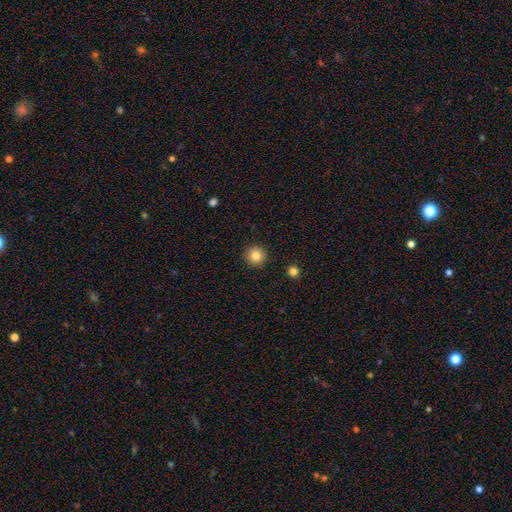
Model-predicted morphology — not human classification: This appears to be a smooth galaxy with no disk features (83%) that is round (95%). Merging: none (93%).